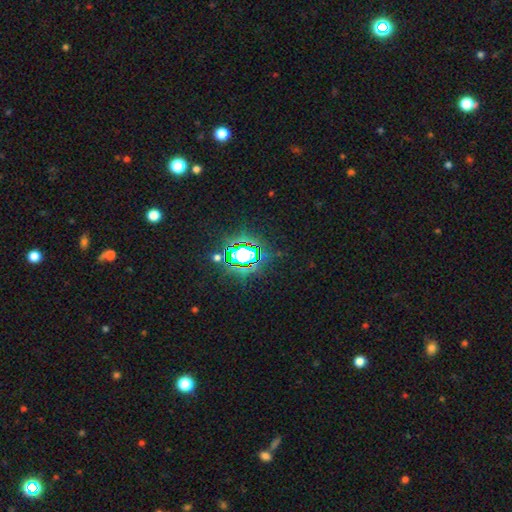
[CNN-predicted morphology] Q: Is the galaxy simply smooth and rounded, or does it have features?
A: star or artifact — 78%.